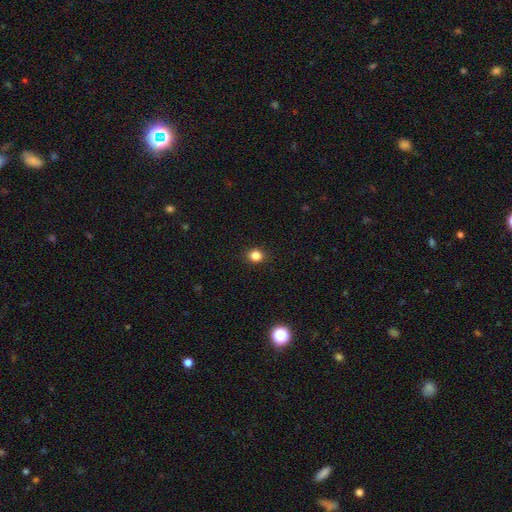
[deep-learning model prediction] A smooth galaxy with no disk features (83%) that is round (79%). Merging: none (90%).